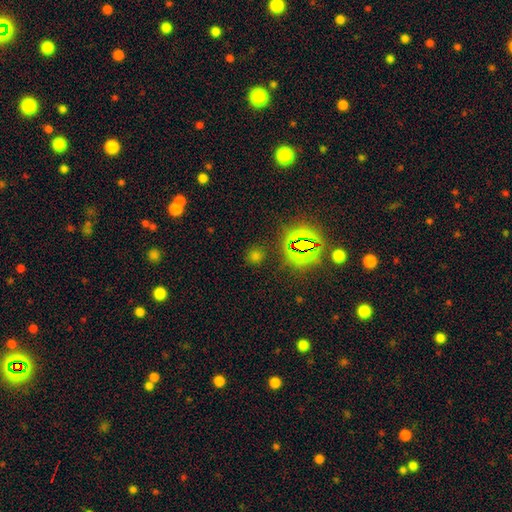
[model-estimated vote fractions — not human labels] The model was most divided on "smooth or featured": star or artifact: 52%, smooth: 41%, featured or disk: 7%.